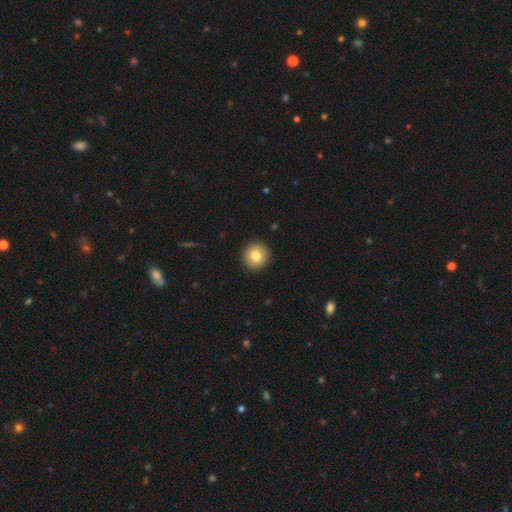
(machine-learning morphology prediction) This is clearly a smooth galaxy (82%). How rounded: clearly round (93%). Merging: clearly none (92%).